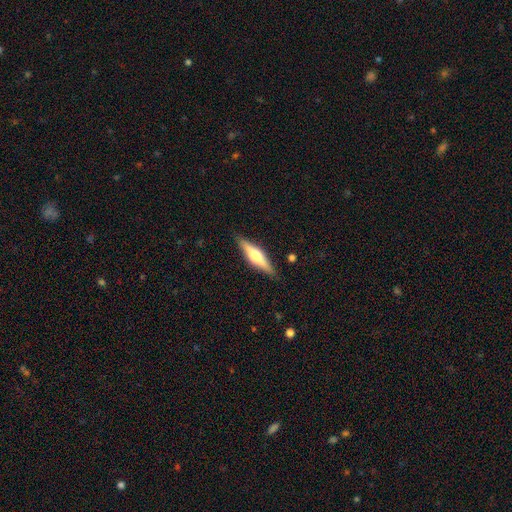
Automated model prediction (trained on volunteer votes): This appears to be a featured or disk galaxy (60%) viewed edge-on (96%) with a rounded central bulge (90%). Merging: none (88%).